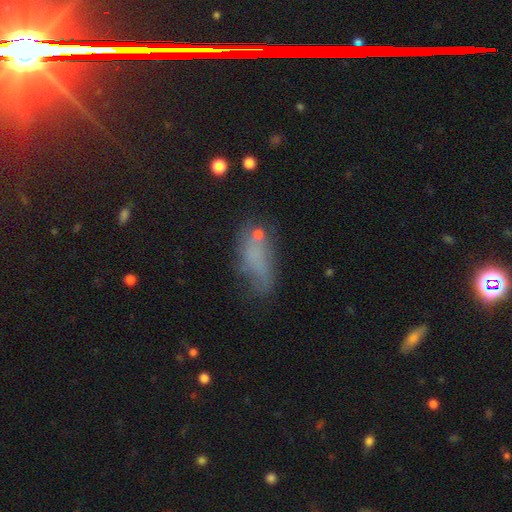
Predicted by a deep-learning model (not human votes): smooth-or-featured: smooth: 62% | featured or disk: 22% | star or artifact: 16%
  how-rounded: in between: 77% | cigar-shaped: 18% | round: 5%
  merging: none: 41% | minor disturbance: 28% | major disturbance: 23% | merger: 8%